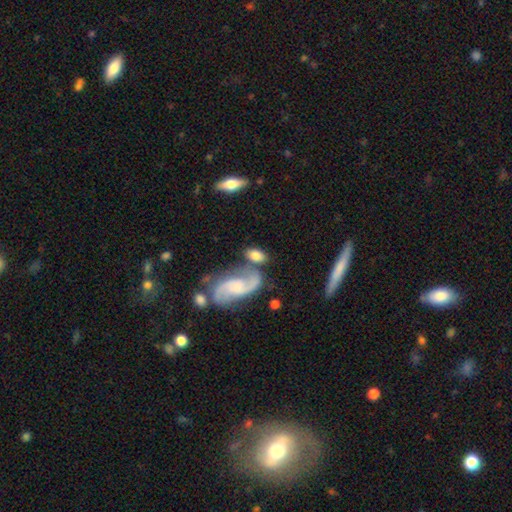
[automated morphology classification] smooth_or_featured: smooth (p=0.61) [alt: featured or disk p=0.32]
how_rounded: in between (p=0.87) [alt: round p=0.08]
merging: none (p=0.46) [alt: merger p=0.30]